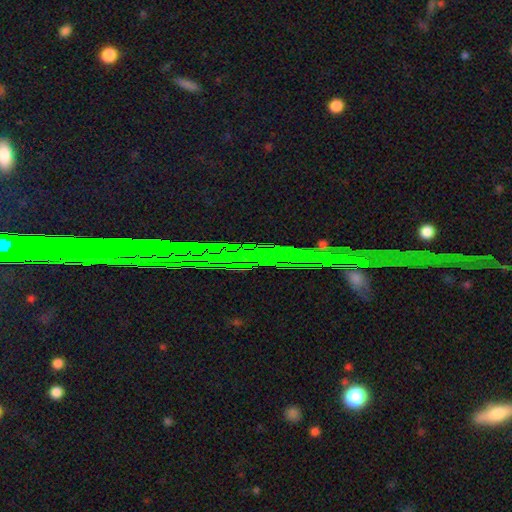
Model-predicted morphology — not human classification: A star or artifact, not a galaxy (81%).